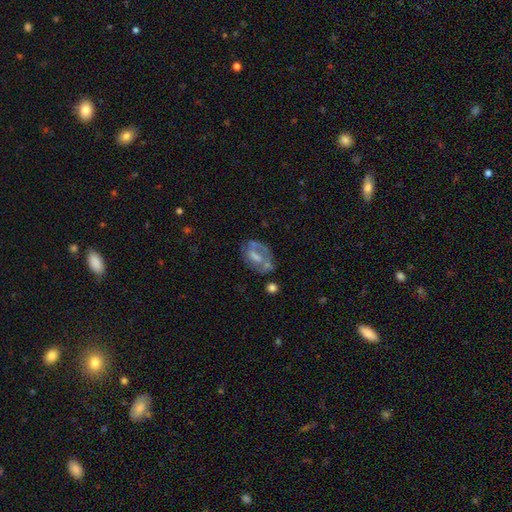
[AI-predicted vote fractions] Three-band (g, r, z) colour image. It shows a featured or disk galaxy (54%) with no bar (49%), no spiral arms (67%) and no central bulge (35%). Merging: none (40%).